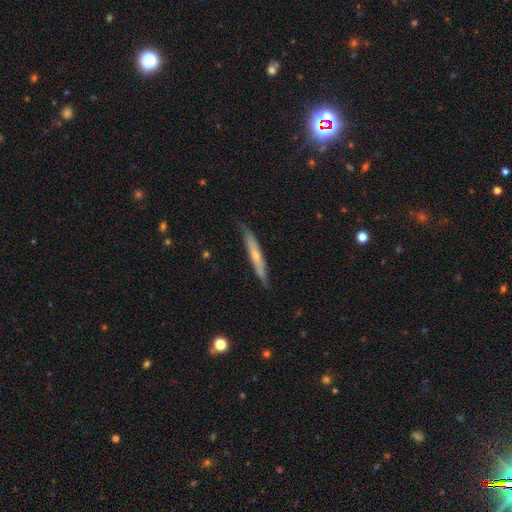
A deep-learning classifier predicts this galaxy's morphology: Smooth or featured: featured or disk — 54% (smooth — 41%)
Edge-on disk: yes — 88% (no — 12%)
Merging: none — 79% (minor disturbance — 17%)